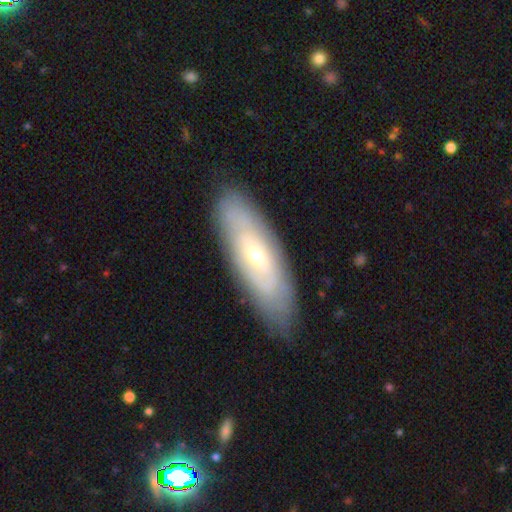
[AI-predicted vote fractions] smooth_or_featured: featured or disk (p=0.59) [alt: smooth p=0.35]
disk_edge_on: no (p=0.76) [alt: yes p=0.24]
merging: none (p=0.81) [alt: minor disturbance p=0.14]